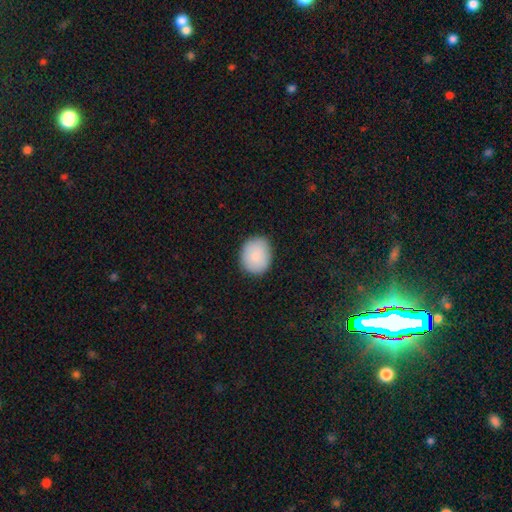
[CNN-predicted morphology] smooth 88%, star or artifact 6%, featured or disk 6%. Down the decision tree: how rounded — round (67%); merging — none (85%).